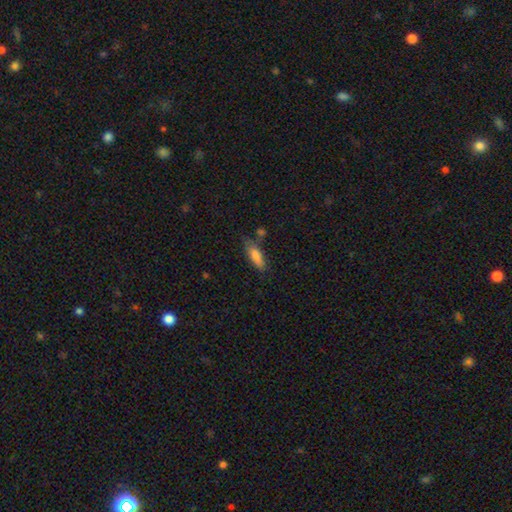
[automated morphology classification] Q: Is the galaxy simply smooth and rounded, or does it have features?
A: smooth — 79%.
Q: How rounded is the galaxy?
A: in between — 55%.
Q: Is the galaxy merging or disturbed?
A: none — 63%.